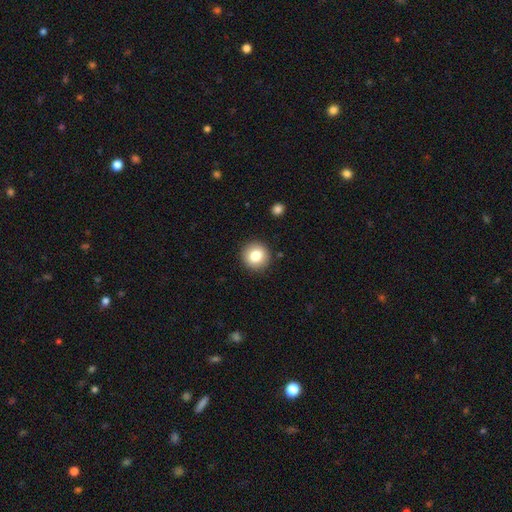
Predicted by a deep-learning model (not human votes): Morphology: type=smooth (81%); roundness=round (93%); merging=none (91%).